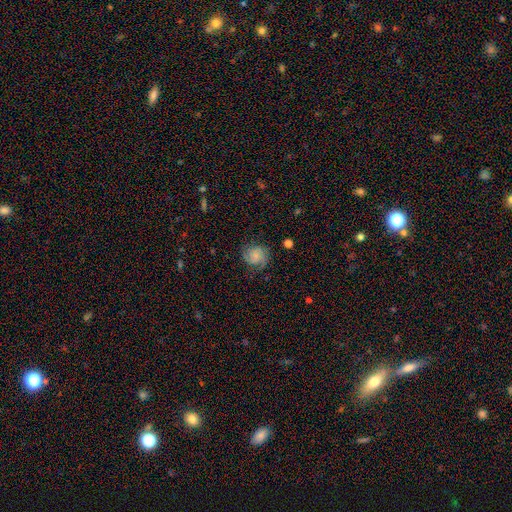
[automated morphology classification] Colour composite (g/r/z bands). It shows a featured or disk galaxy (60%) with no bar (76%), 2 (53%) tight (42%) spiral arms (93%) and a small central bulge (50%). Merging: none (70%).